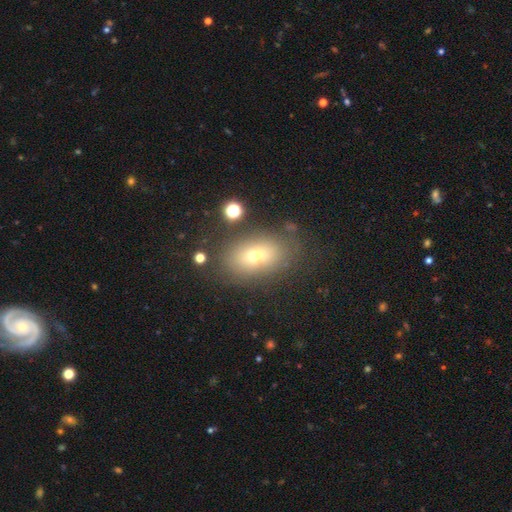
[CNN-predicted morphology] smooth_or_featured: smooth (p=0.64) [alt: featured or disk p=0.21]
how_rounded: in between (p=0.83) [alt: round p=0.14]
merging: none (p=0.76) [alt: minor disturbance p=0.13]